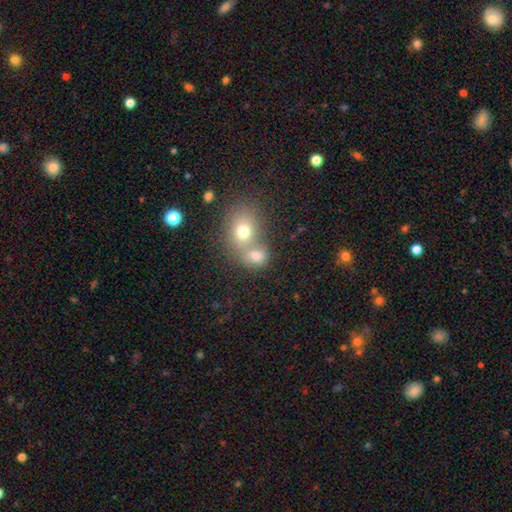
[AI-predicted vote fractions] This is likely a smooth galaxy (74%). How rounded: possibly round (54%). Merging: possibly merger (56%).